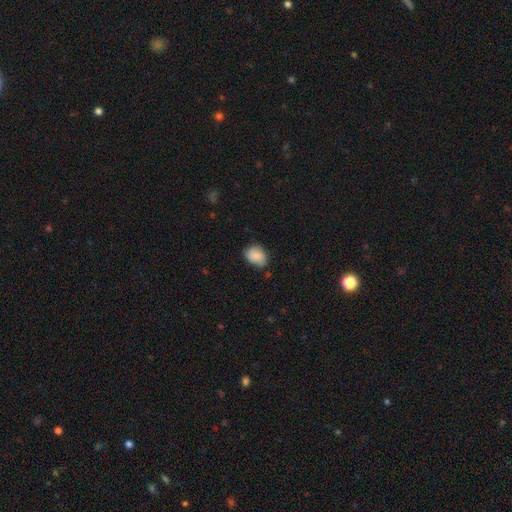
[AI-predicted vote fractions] Morphology: type=smooth (86%); roundness=in between (63%); merging=none (65%).